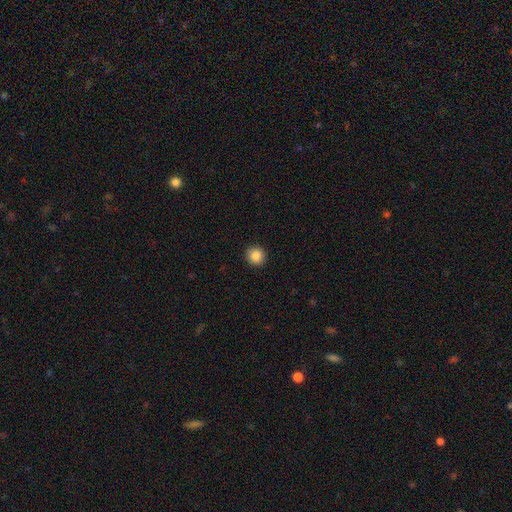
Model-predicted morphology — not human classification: Smooth or featured? Predicted: smooth (p=0.87). How rounded? Predicted: round (p=0.91). Merging? Predicted: none (p=0.93).